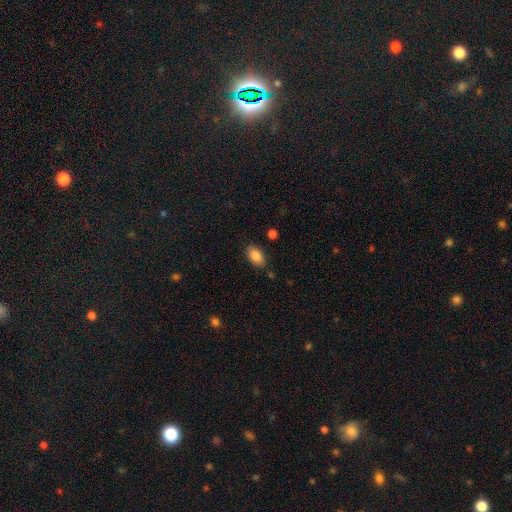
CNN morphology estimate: smooth-or-featured: smooth: 87% | star or artifact: 7% | featured or disk: 6%
  how-rounded: in between: 92% | round: 6% | cigar-shaped: 2%
  merging: none: 84% | minor disturbance: 11% | major disturbance: 3% | merger: 2%